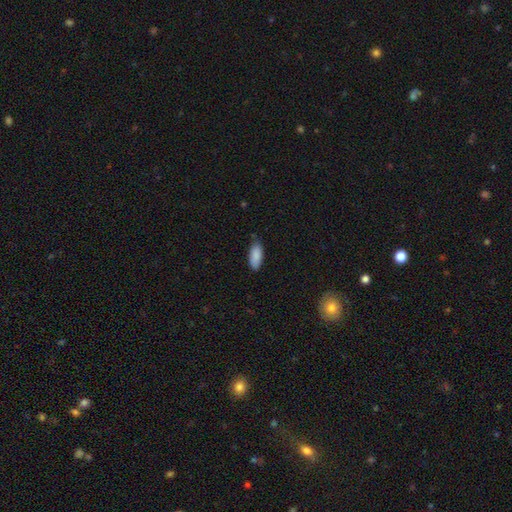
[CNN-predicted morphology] smooth_or_featured: smooth (p=0.89) [alt: star or artifact p=0.06]
how_rounded: in between (p=0.83) [alt: cigar-shaped p=0.16]
merging: none (p=0.77) [alt: minor disturbance p=0.19]